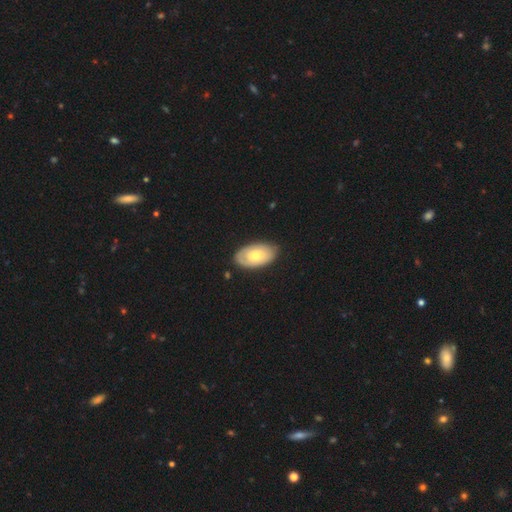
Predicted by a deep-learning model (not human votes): A smooth galaxy with no disk features (54%) that is in between round and cigar-shaped (94%).

Vote fractions:
- Smooth or featured? smooth: 54% / featured or disk: 41% / star or artifact: 5%
- How rounded? in between: 94% / round: 5% / cigar-shaped: 2%
- Merging? none: 79% / minor disturbance: 16% / major disturbance: 3% / merger: 1%